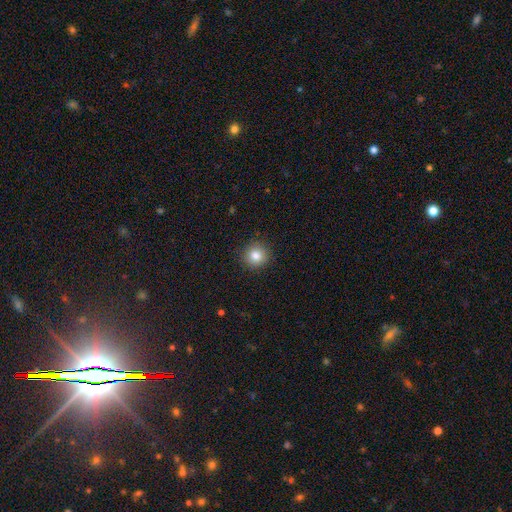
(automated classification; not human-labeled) This appears to be a smooth galaxy with no disk features (82%) that is round (94%). Merging: none (91%).